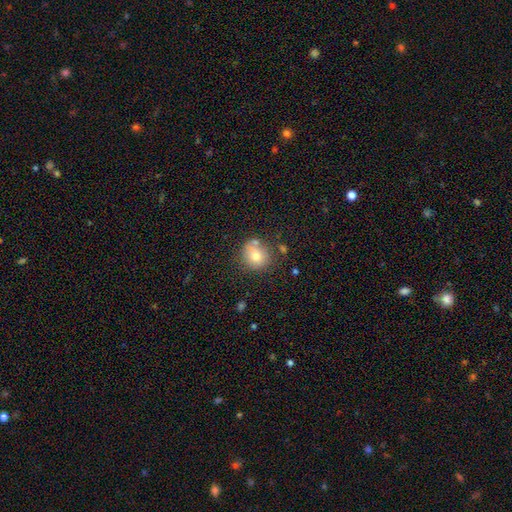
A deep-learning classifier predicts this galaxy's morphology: Overall: smooth (74%). How rounded: round (84%). Merging: none (66%).